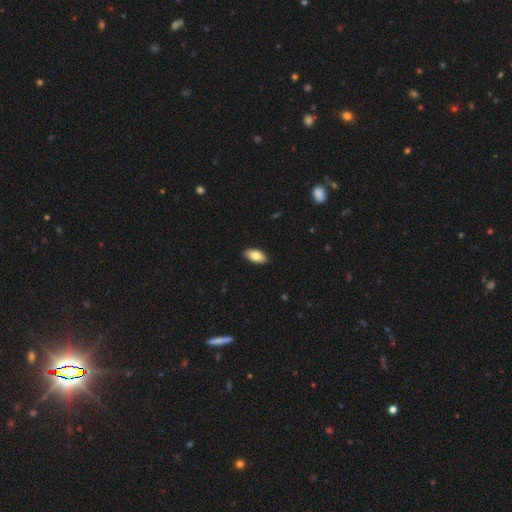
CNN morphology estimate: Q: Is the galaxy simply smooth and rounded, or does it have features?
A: smooth — 81%.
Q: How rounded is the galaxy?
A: in between — 92%.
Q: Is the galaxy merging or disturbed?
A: none — 90%.